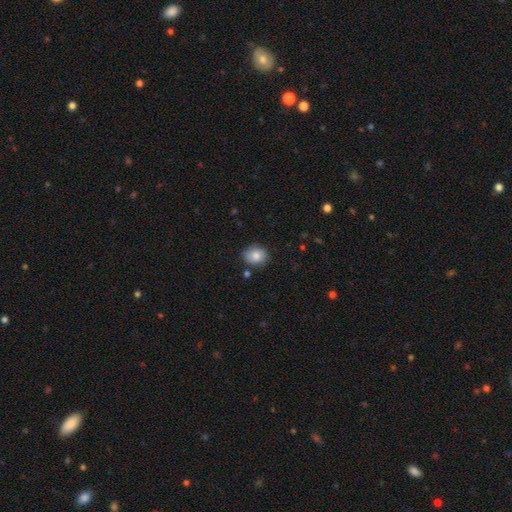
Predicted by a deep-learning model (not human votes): This is clearly a smooth galaxy (82%). How rounded: possibly round (58%). Merging: clearly none (81%).